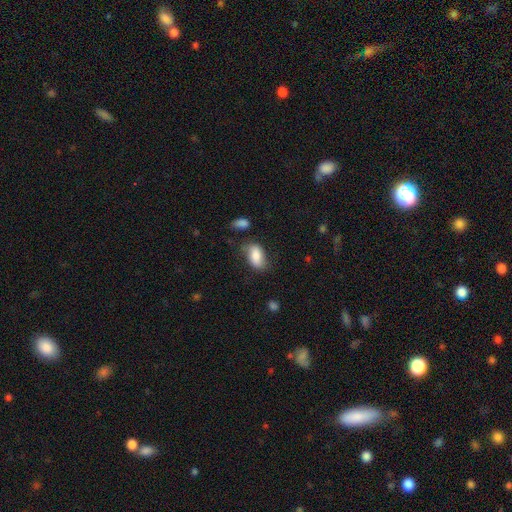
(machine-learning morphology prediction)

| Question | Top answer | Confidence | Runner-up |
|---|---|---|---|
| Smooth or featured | smooth | 79% | featured or disk (14%) |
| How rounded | in between | 92% | round (5%) |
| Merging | none | 62% | minor disturbance (25%) |